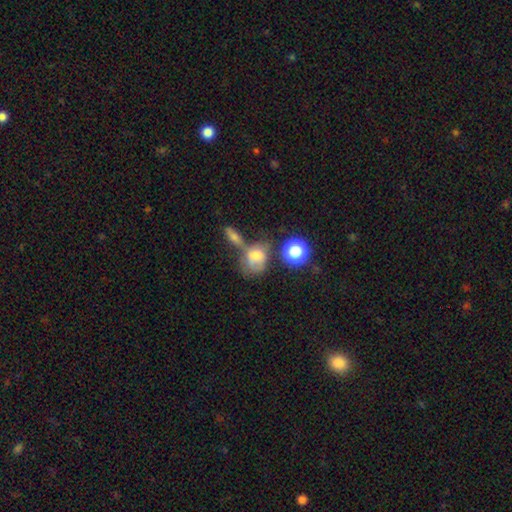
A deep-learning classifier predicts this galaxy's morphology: A smooth galaxy with no disk features (66%) that is in between round and cigar-shaped (56%).

Vote fractions:
- Smooth or featured? smooth: 66% / featured or disk: 20% / star or artifact: 14%
- How rounded? in between: 56% / round: 42% / cigar-shaped: 2%
- Merging? merger: 40% / none: 29% / minor disturbance: 17% / major disturbance: 14%